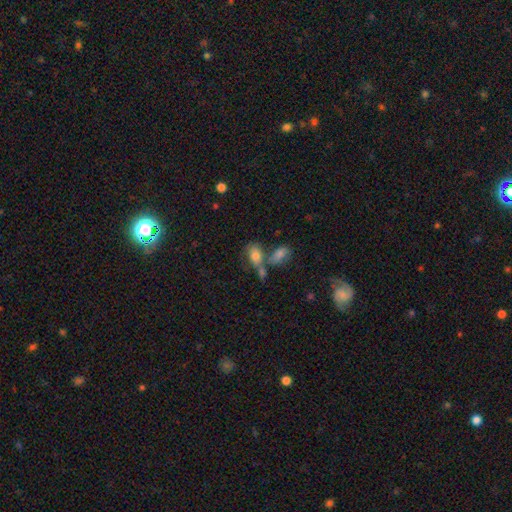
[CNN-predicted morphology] Overall: smooth (72%). How rounded: in between (86%). Merging: merger (43%; none 35%).